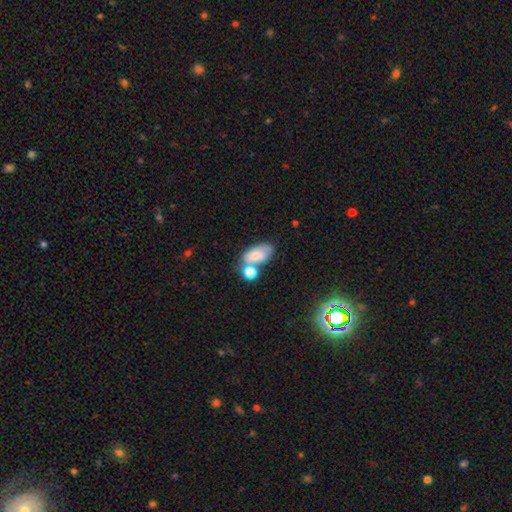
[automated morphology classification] smooth 71%, featured or disk 19%, star or artifact 9%. Down the decision tree: how rounded — in between (89%); merging — merger (38%).